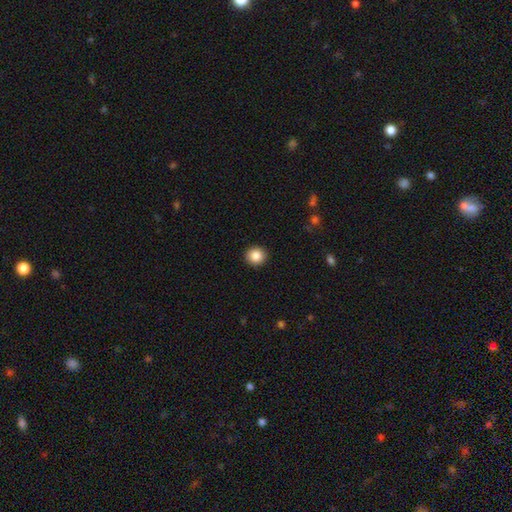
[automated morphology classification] smooth 86%, star or artifact 9%, featured or disk 5%. Down the decision tree: how rounded — round (92%); merging — none (93%).